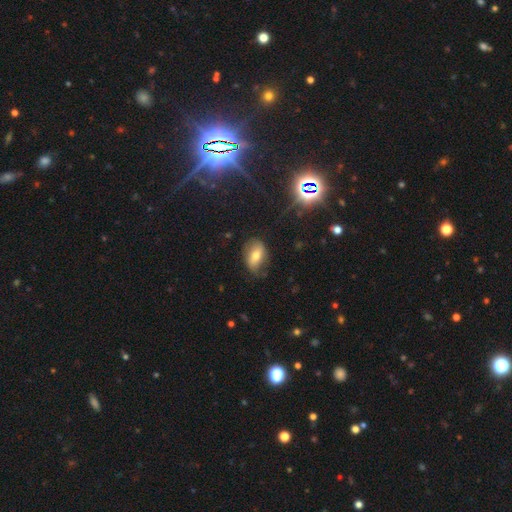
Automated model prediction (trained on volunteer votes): Q: Smooth or featured?
A: smooth (63%); runner-up: featured or disk (24%)
Q: How rounded?
A: in between (84%); runner-up: round (13%)
Q: Merging?
A: none (71%); runner-up: minor disturbance (21%)